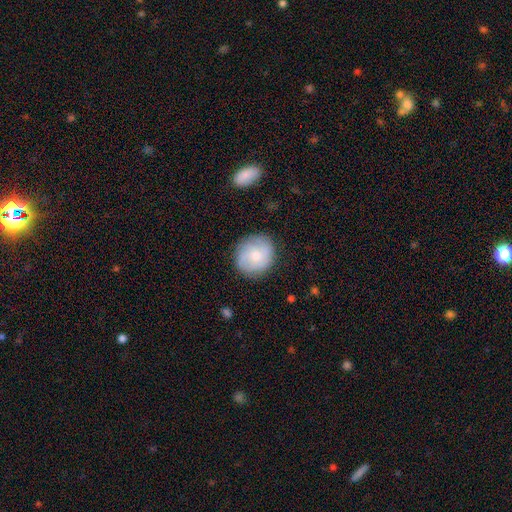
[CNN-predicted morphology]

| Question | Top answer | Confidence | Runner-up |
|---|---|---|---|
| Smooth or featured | smooth | 58% | featured or disk (35%) |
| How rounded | round | 86% | in between (13%) |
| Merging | none | 82% | minor disturbance (13%) |